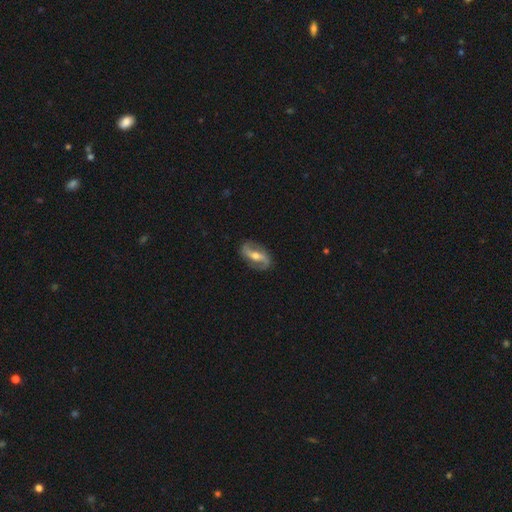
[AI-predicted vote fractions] Smooth or featured? Predicted: featured or disk (p=0.85). Edge-on disk? Predicted: no (p=0.95). Bar? Predicted: strong (p=0.44). Spiral arms? Predicted: yes (p=0.93). Spiral winding? Predicted: loose (p=0.53). Spiral arm count? Predicted: 2 (p=0.92). Bulge size? Predicted: moderate (p=0.65). Merging? Predicted: none (p=0.85).